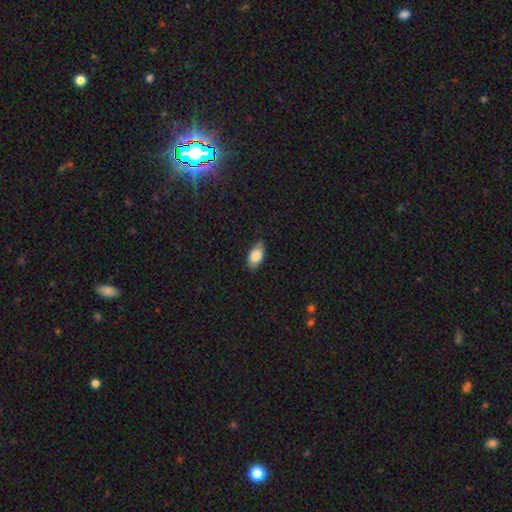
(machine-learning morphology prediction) This appears to be a smooth galaxy with no disk features (85%) that is in between round and cigar-shaped (92%). Merging: none (76%).